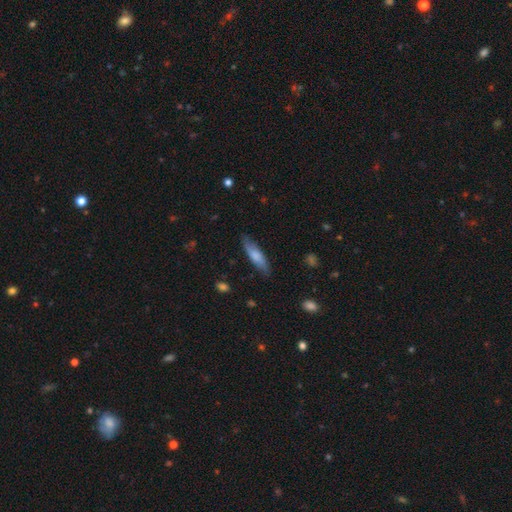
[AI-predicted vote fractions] A smooth galaxy with no disk features (70%) that is cigar-shaped (65%). Merging: none (81%).